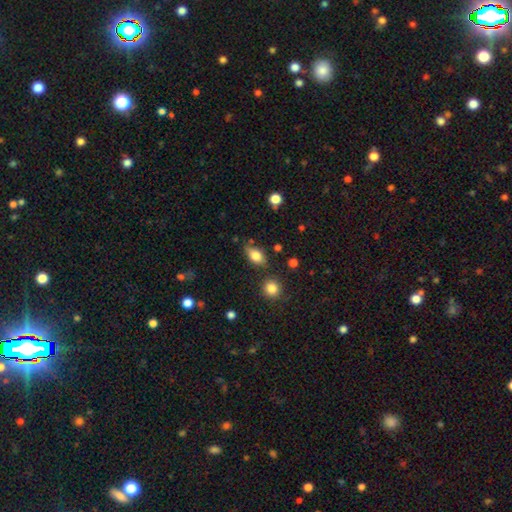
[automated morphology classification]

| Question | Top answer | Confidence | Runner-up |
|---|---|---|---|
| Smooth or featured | smooth | 79% | featured or disk (13%) |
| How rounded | in between | 87% | round (9%) |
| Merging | none | 73% | minor disturbance (17%) |